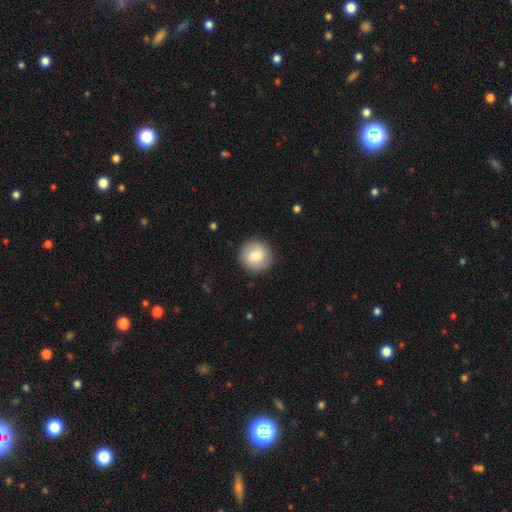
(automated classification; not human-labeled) This appears to be a smooth galaxy with no disk features (81%) that is round (95%). Merging: none (91%).